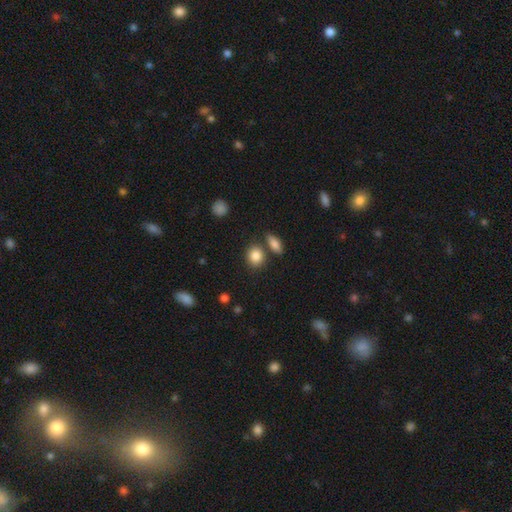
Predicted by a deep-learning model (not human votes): smooth-or-featured: smooth: 85% | star or artifact: 8% | featured or disk: 6%
  how-rounded: round: 65% | in between: 33% | cigar-shaped: 2%
  merging: none: 71% | merger: 14% | minor disturbance: 11% | major disturbance: 3%